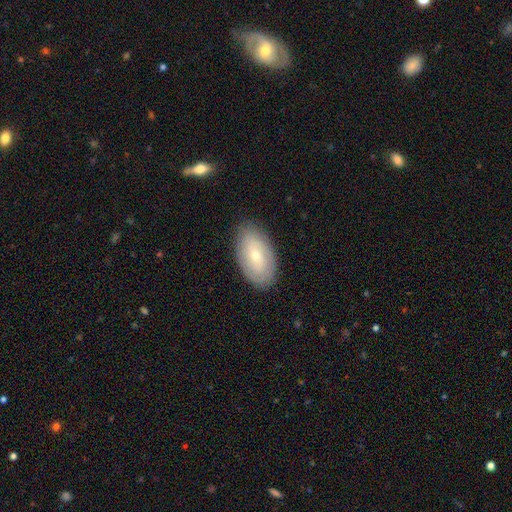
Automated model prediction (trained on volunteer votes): Overall: smooth (54%; featured or disk 39%). How rounded: in between (93%). Merging: none (84%).